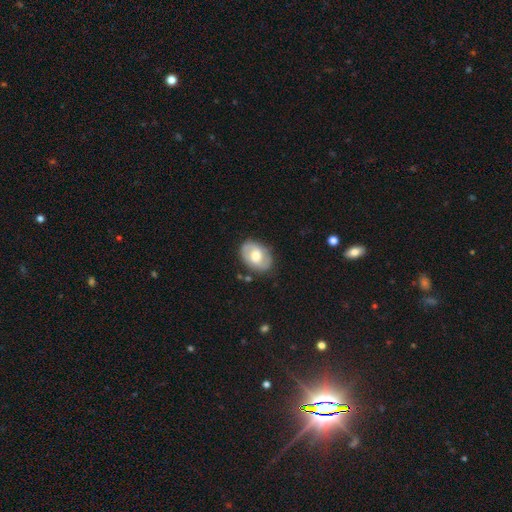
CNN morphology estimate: smooth_or_featured: featured or disk (p=0.52) [alt: smooth p=0.42]
disk_edge_on: no (p=0.95) [alt: yes p=0.05]
merging: none (p=0.78) [alt: minor disturbance p=0.15]